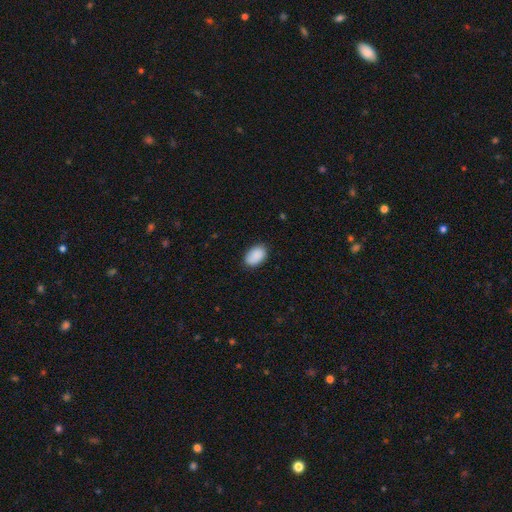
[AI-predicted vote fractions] This is clearly a smooth galaxy (90%). How rounded: clearly in between (91%). Merging: clearly none (85%).